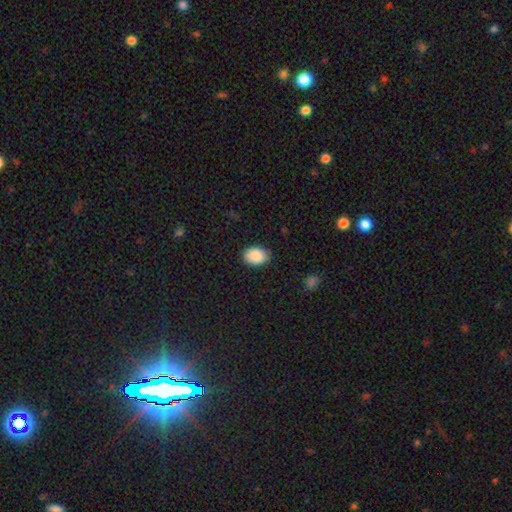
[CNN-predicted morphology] type=smooth (90%); roundness=in between (73%); merging=none (86%).